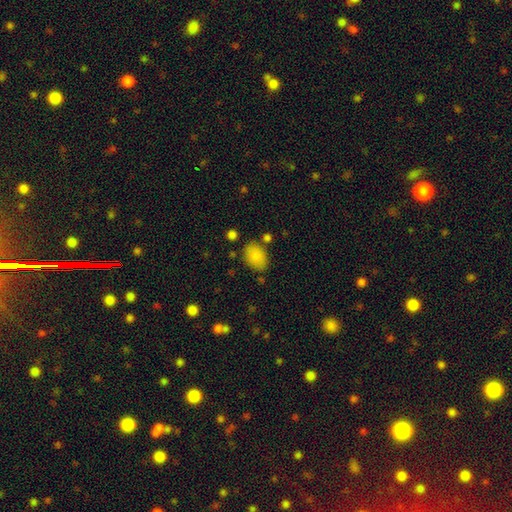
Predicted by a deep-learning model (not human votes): This is clearly a smooth galaxy (86%). How rounded: clearly in between (80%). Merging: likely none (74%).